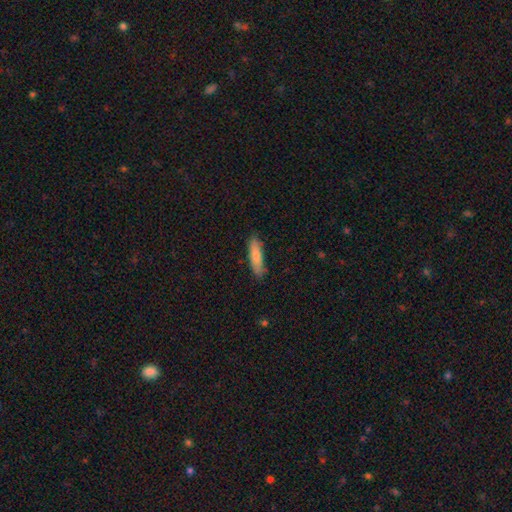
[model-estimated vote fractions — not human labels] A smooth galaxy with no disk features (76%) that is cigar-shaped (66%). Merging: none (84%).